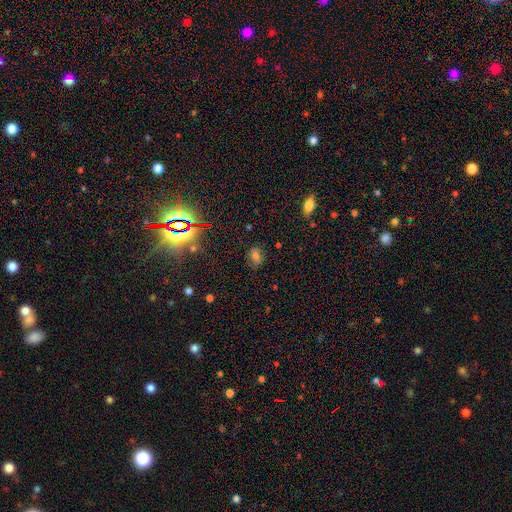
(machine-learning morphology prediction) Smooth or featured?
  - smooth: 51% *
  - star or artifact: 34%
  - featured or disk: 15%
How rounded?
  - in between: 74% *
  - round: 24%
  - cigar-shaped: 2%
Merging?
  - none: 79% *
  - minor disturbance: 14%
  - major disturbance: 5%
  - merger: 2%